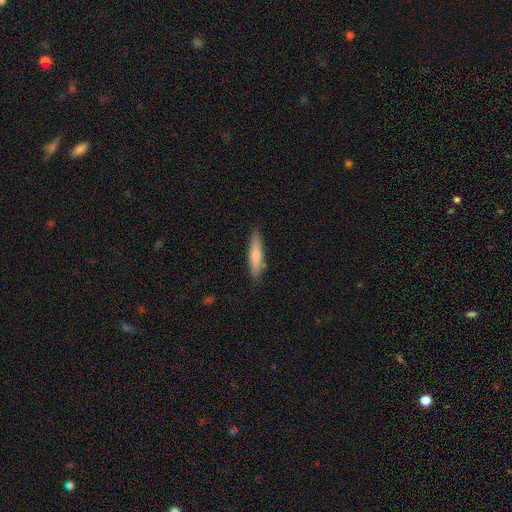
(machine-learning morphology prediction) Smooth or featured? Predicted: smooth (p=0.71). How rounded? Predicted: cigar-shaped (p=0.85). Merging? Predicted: none (p=0.83).